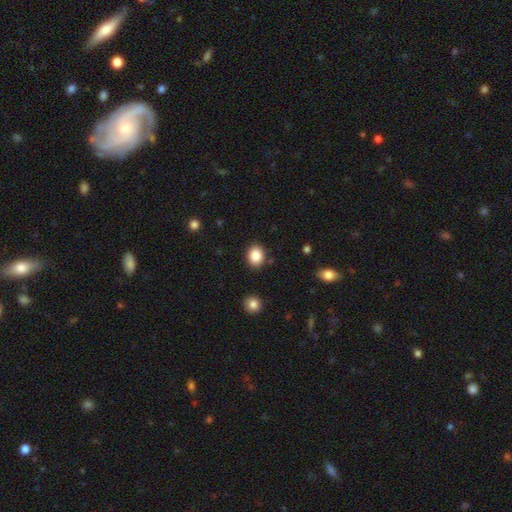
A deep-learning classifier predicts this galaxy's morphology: smooth_or_featured: smooth (p=0.87) [alt: star or artifact p=0.09]
how_rounded: round (p=0.50) [alt: in between p=0.49]
merging: none (p=0.87) [alt: minor disturbance p=0.08]